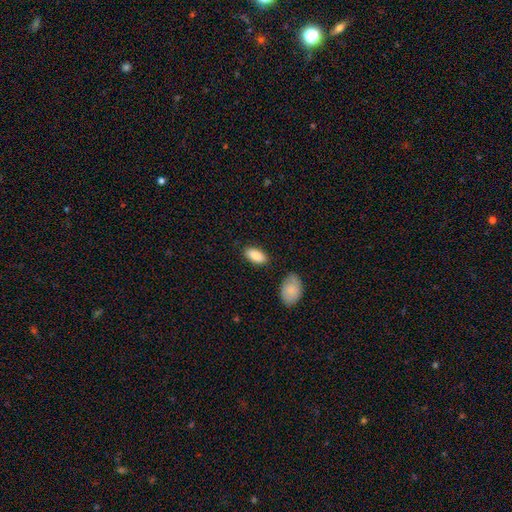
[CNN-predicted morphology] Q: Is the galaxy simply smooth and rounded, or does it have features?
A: smooth — 87%.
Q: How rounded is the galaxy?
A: in between — 92%.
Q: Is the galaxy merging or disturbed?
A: none — 82%.